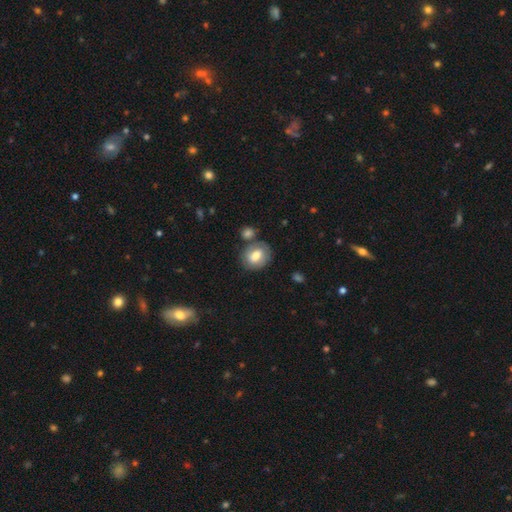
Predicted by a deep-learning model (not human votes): Smooth or featured? smooth (71%)
How rounded? round (50%)
Merging? none (66%)